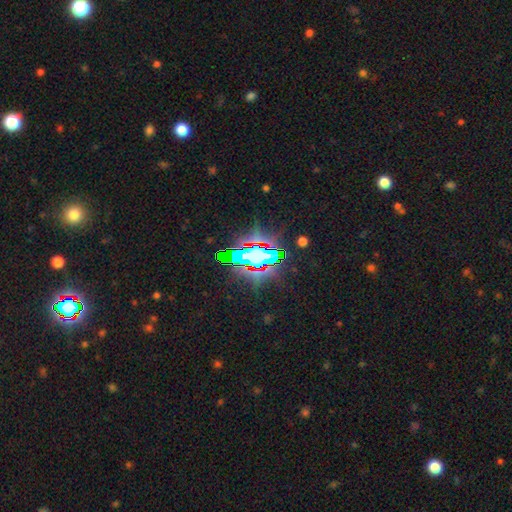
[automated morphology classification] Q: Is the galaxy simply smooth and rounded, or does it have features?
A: star or artifact — 72%.